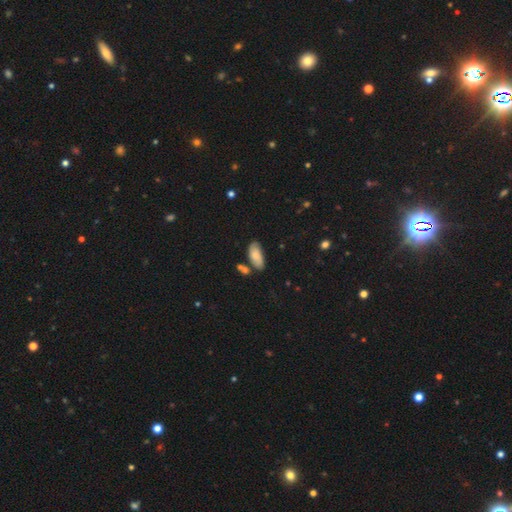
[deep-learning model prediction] The model was most divided on "merging": none: 61%, minor disturbance: 22%, merger: 12%, major disturbance: 5%. More confident: how rounded — in between (88%); smooth or featured — smooth (77%).